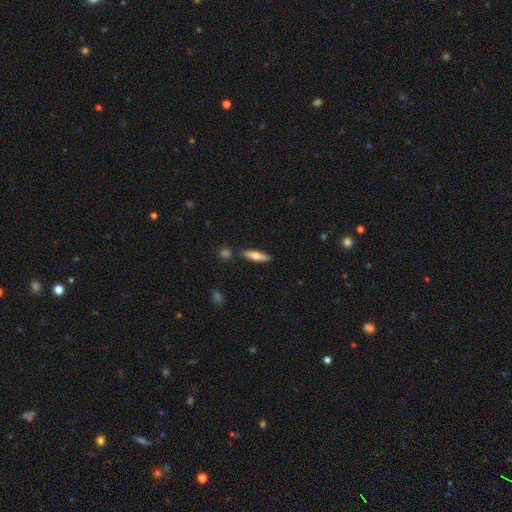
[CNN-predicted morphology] Overall: smooth (60%; featured or disk 34%). How rounded: cigar-shaped (71%). Merging: none (85%).